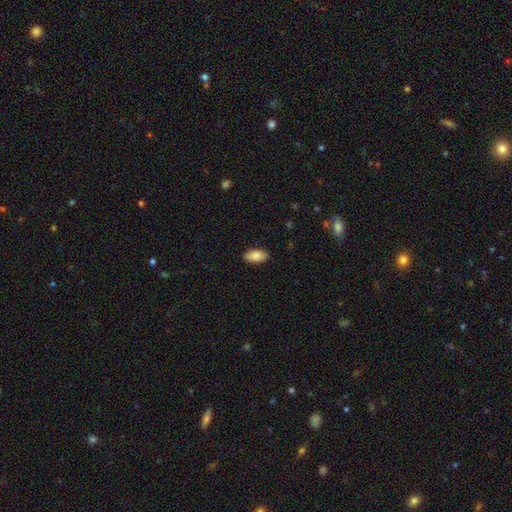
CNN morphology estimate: smooth-or-featured: smooth: 86% | featured or disk: 7% | star or artifact: 7%
  how-rounded: in between: 94% | cigar-shaped: 4% | round: 3%
  merging: none: 88% | minor disturbance: 9% | major disturbance: 2% | merger: 1%